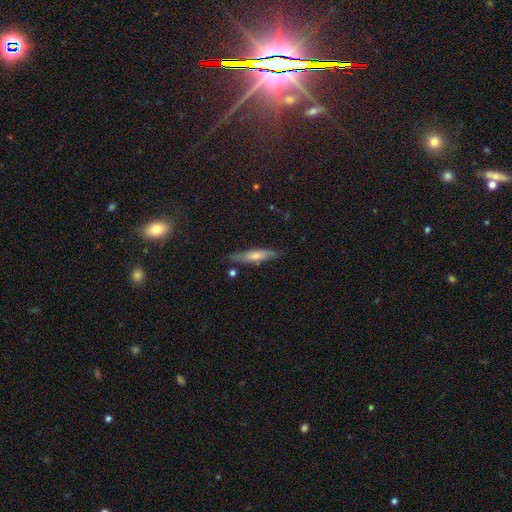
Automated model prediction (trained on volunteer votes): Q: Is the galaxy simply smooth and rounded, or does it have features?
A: featured or disk — 48%.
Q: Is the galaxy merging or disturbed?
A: none — 80%.